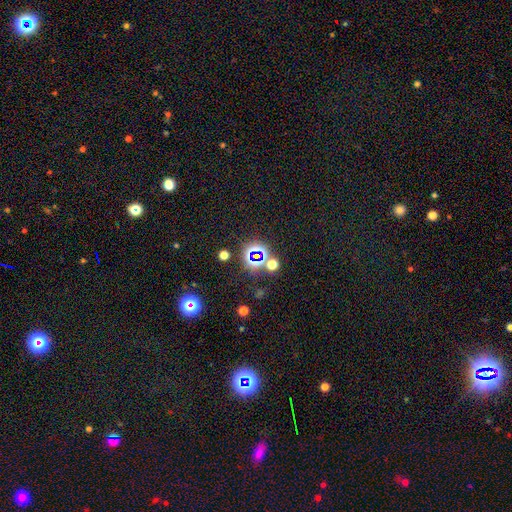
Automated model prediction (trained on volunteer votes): star or artifact 69%, smooth 21%, featured or disk 10%.